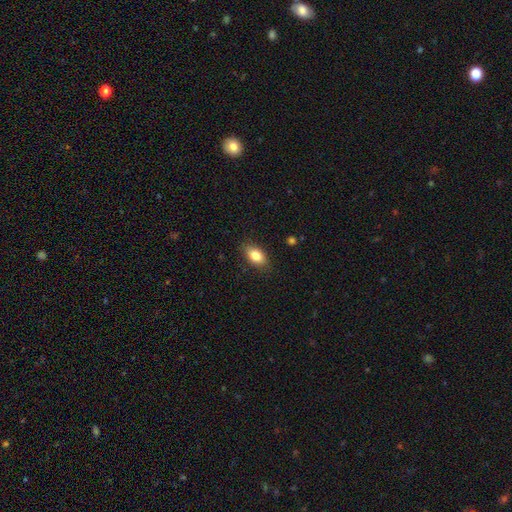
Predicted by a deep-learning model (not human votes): smooth-or-featured: smooth: 83% | featured or disk: 10% | star or artifact: 8%
  how-rounded: in between: 89% | round: 8% | cigar-shaped: 3%
  merging: none: 86% | minor disturbance: 11% | major disturbance: 2% | merger: 1%